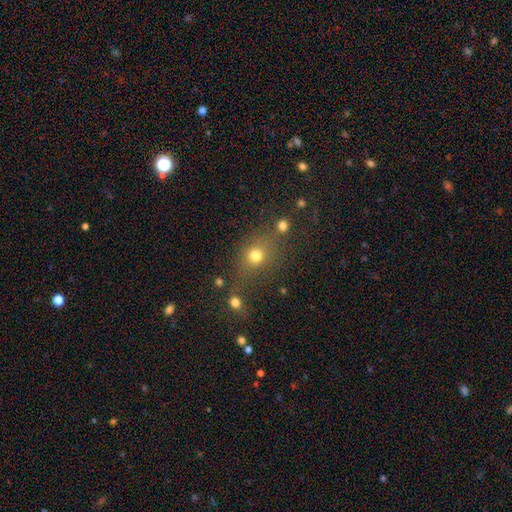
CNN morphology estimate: type=smooth (71%); roundness=round (70%); merging=none (60%).